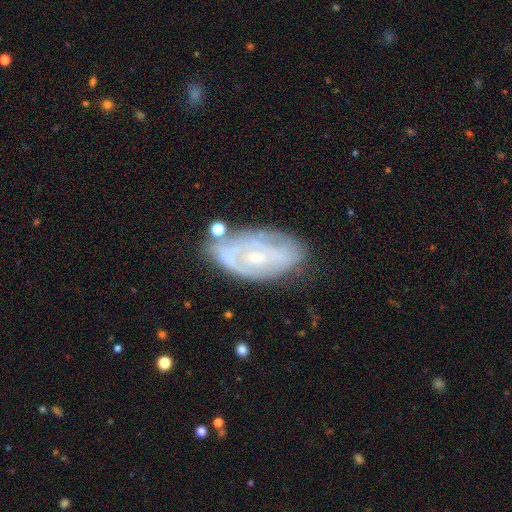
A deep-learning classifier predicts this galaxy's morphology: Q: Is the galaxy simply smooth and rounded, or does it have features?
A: featured or disk — 70%.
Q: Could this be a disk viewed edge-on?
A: no — 93%.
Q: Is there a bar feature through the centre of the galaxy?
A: no — 61%.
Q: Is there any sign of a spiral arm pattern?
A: yes — 70%.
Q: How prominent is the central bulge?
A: small — 68%.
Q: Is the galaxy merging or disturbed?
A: none — 61%.